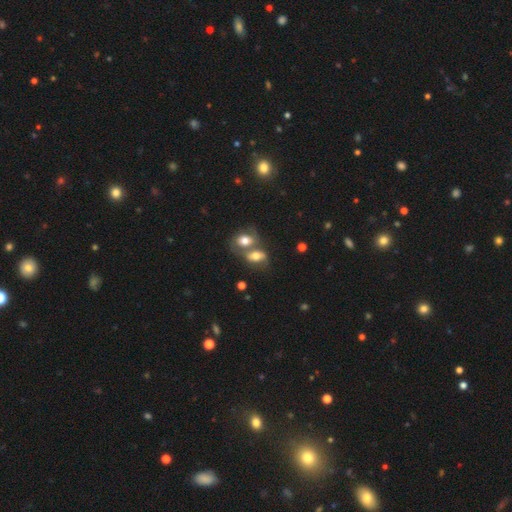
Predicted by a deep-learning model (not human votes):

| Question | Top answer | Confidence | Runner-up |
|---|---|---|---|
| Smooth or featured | smooth | 60% | featured or disk (29%) |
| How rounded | in between | 78% | round (19%) |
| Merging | merger | 63% | none (23%) |